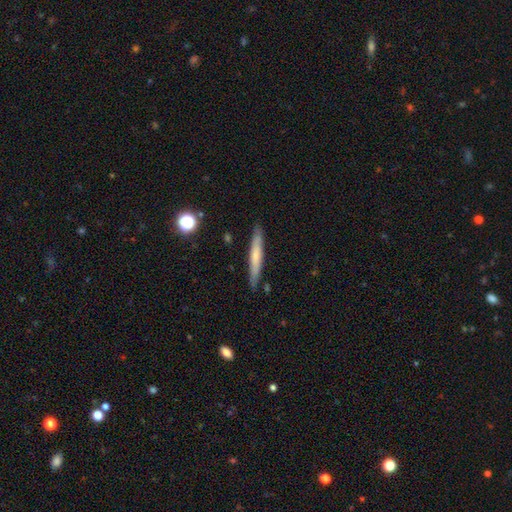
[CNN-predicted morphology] Q: Smooth or featured?
A: smooth (57%); runner-up: featured or disk (36%)
Q: How rounded?
A: cigar-shaped (94%); runner-up: in between (4%)
Q: Merging?
A: none (87%); runner-up: minor disturbance (9%)